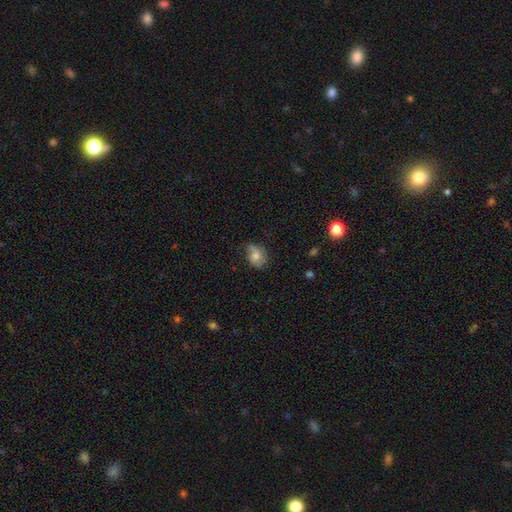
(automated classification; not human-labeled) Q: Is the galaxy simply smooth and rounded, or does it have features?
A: smooth — 60%.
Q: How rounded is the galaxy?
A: in between — 55%.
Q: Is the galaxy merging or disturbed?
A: none — 47%.